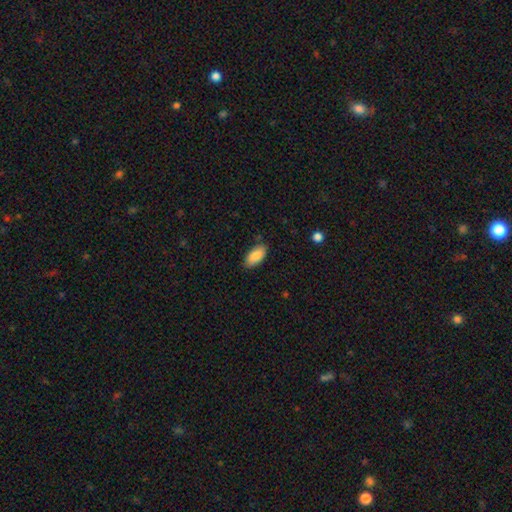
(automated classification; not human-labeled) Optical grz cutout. It shows a smooth galaxy with no disk features (87%) that is in between round and cigar-shaped (93%). Merging: none (83%).